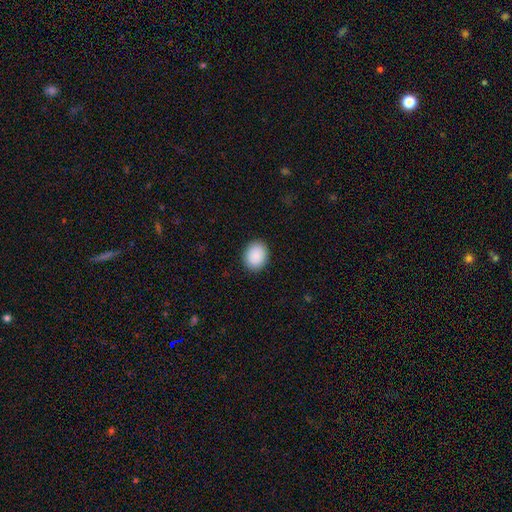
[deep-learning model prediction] Smooth or featured: smooth — 90% (star or artifact — 7%)
How rounded: round — 52% (in between — 47%)
Merging: none — 90% (minor disturbance — 7%)